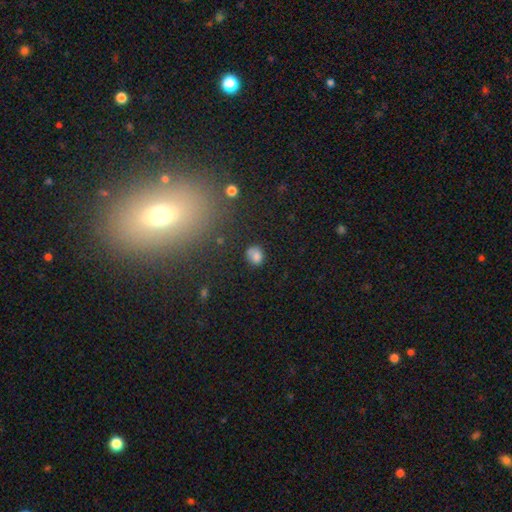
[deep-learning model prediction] A smooth galaxy with no disk features (77%) that is round (68%). Merging: none (65%).